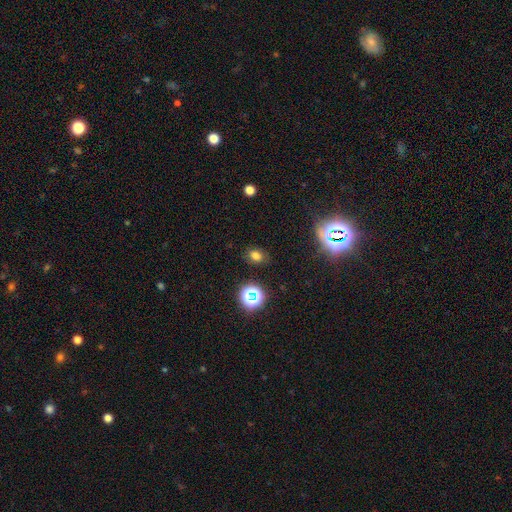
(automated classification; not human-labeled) Smooth or featured? smooth (71%)
How rounded? in between (65%)
Merging? none (81%)